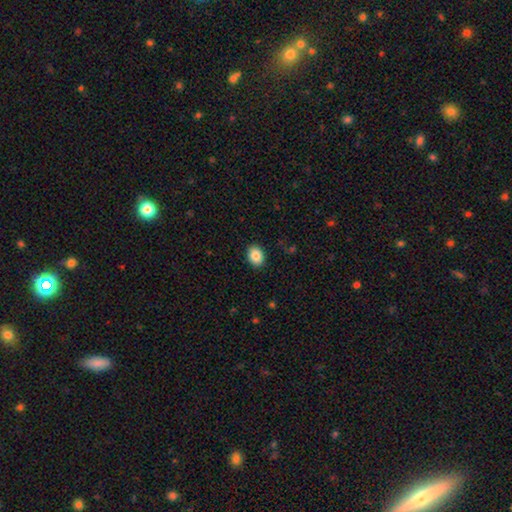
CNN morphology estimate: Smooth or featured?
  - smooth: 87% *
  - star or artifact: 8%
  - featured or disk: 5%
How rounded?
  - in between: 65% *
  - round: 34%
  - cigar-shaped: 1%
Merging?
  - none: 90% *
  - minor disturbance: 7%
  - major disturbance: 2%
  - merger: 1%